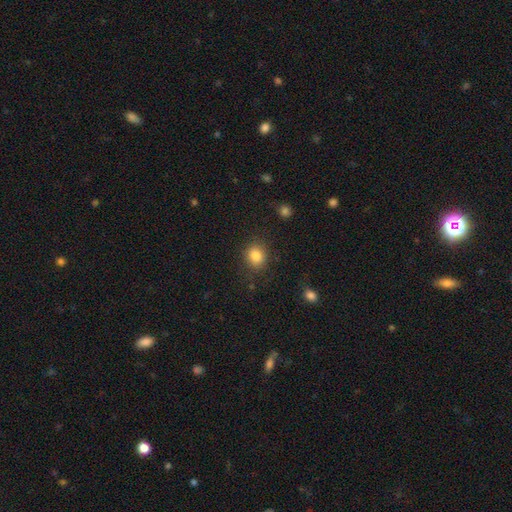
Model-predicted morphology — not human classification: Overall: smooth (84%). How rounded: round (68%; in between 31%). Merging: none (84%).